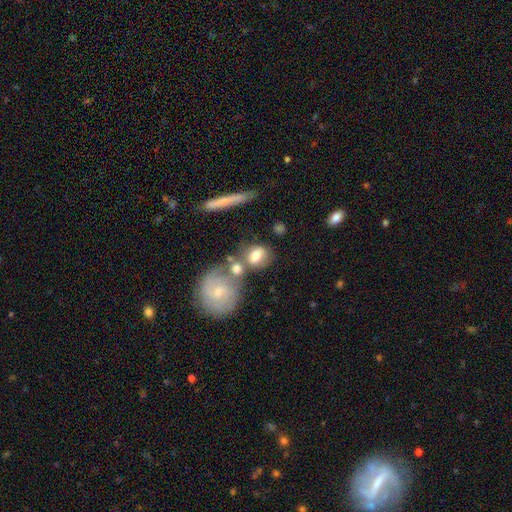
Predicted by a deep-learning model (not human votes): smooth-or-featured: smooth: 63% | featured or disk: 29% | star or artifact: 8%
  how-rounded: in between: 51% | round: 45% | cigar-shaped: 4%
  merging: none: 45% | merger: 32% | minor disturbance: 16% | major disturbance: 8%